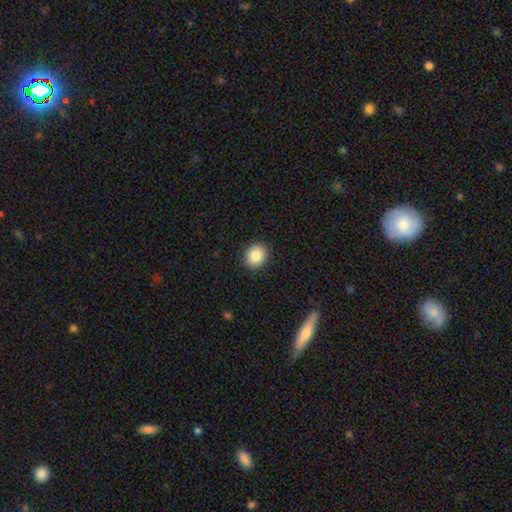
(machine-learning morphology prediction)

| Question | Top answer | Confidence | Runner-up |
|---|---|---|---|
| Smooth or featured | smooth | 85% | star or artifact (9%) |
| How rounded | round | 67% | in between (32%) |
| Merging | none | 91% | minor disturbance (6%) |